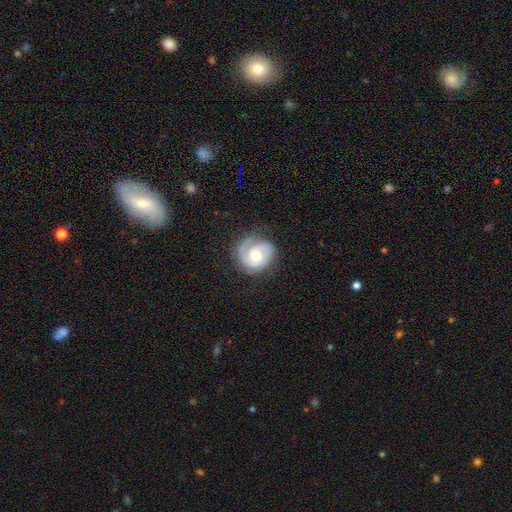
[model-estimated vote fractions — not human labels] Q: Smooth or featured?
A: featured or disk (81%); runner-up: smooth (14%)
Q: Edge-on disk?
A: no (98%); runner-up: yes (2%)
Q: Bar?
A: no (63%); runner-up: weak (32%)
Q: Spiral arms?
A: yes (96%); runner-up: no (4%)
Q: Spiral winding?
A: tight (56%); runner-up: medium (36%)
Q: Spiral arm count?
A: 2 (71%); runner-up: 1 (13%)
Q: Bulge size?
A: moderate (55%); runner-up: small (28%)
Q: Merging?
A: none (75%); runner-up: minor disturbance (17%)